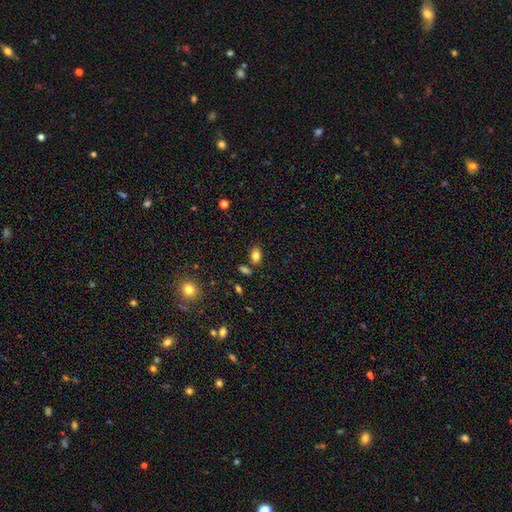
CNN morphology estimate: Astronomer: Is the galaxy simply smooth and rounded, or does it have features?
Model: smooth — 82%.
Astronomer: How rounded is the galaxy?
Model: in between — 80%.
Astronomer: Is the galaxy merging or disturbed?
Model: none — 78%.